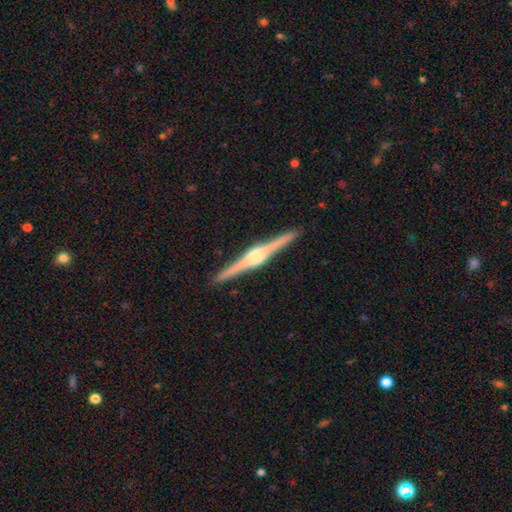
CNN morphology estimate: A featured or disk galaxy (86%) viewed edge-on (99%) with a rounded central bulge (82%).

Vote fractions:
- Smooth or featured? featured or disk: 86% / smooth: 9% / star or artifact: 5%
- Edge-on disk? yes: 99% / no: 1%
- Edge-on bulge? rounded: 82% / boxy: 15% / none: 3%
- Merging? none: 93% / minor disturbance: 5% / major disturbance: 1% / merger: 1%